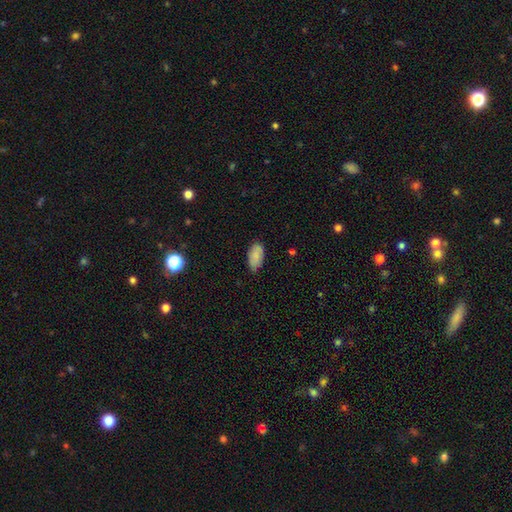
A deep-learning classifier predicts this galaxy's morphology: Smooth or featured: smooth — 83% (featured or disk — 9%)
How rounded: in between — 93% (cigar-shaped — 4%)
Merging: none — 78% (minor disturbance — 18%)